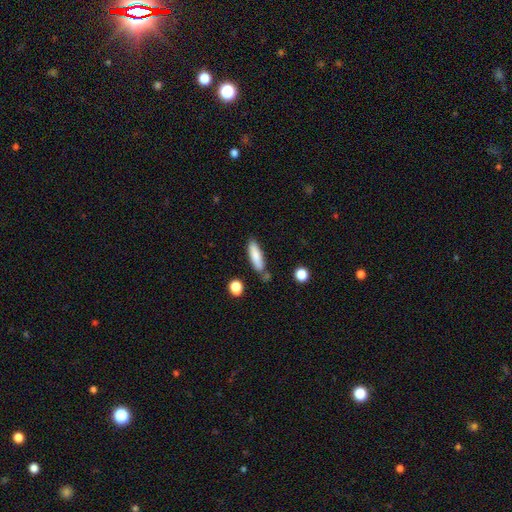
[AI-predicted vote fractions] This is clearly a smooth galaxy (82%). How rounded: likely cigar-shaped (63%). Merging: likely none (74%).